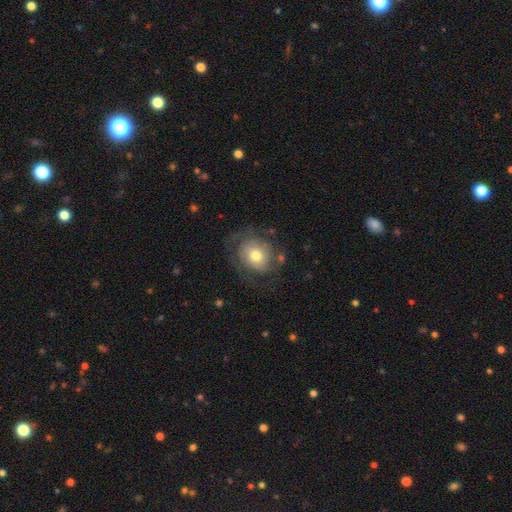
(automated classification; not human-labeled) smooth_or_featured: featured or disk (p=0.51) [alt: smooth p=0.41]
disk_edge_on: no (p=0.97) [alt: yes p=0.03]
merging: none (p=0.61) [alt: minor disturbance p=0.19]